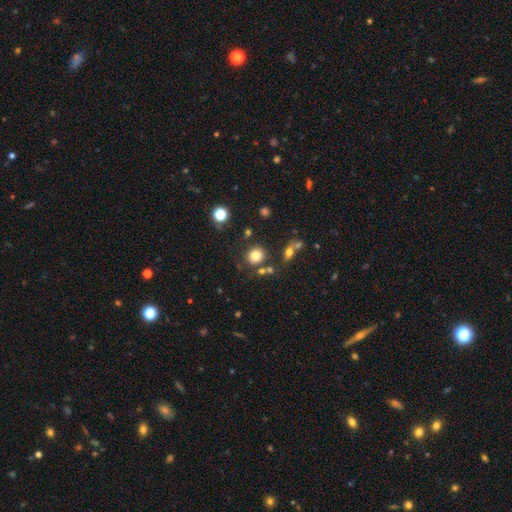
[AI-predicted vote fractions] Morphology: type=smooth (79%); roundness=round (82%); merging=none (78%).